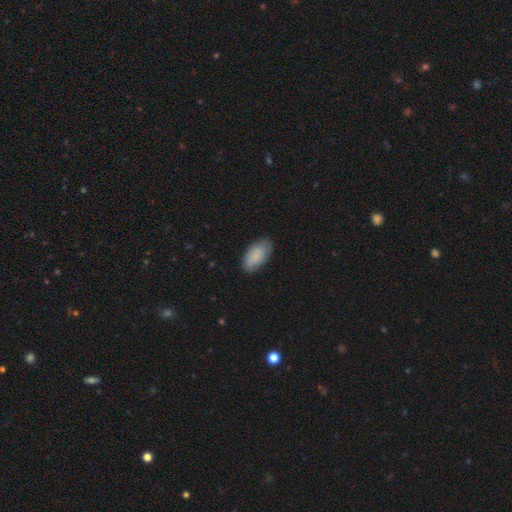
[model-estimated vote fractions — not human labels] A smooth galaxy with no disk features (83%) that is in between round and cigar-shaped (94%). Merging: none (79%).